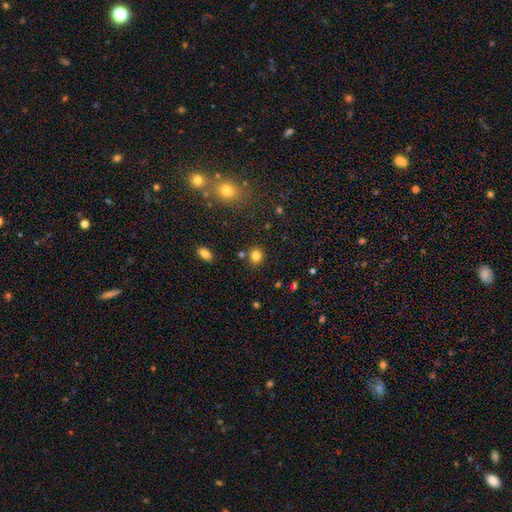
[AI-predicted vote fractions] smooth 83%, star or artifact 12%, featured or disk 5%. Down the decision tree: how rounded — round (77%); merging — none (82%).